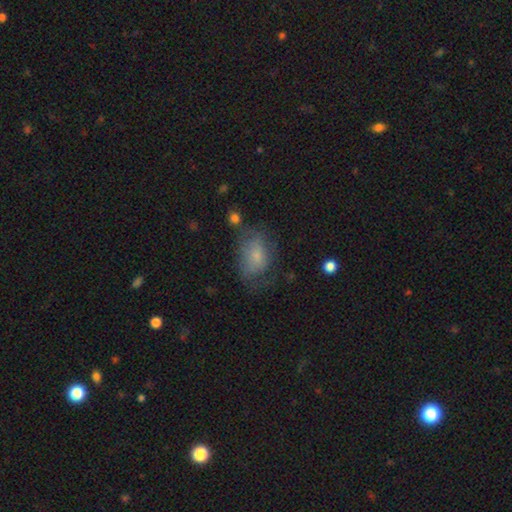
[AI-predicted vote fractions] Morphology: type=smooth (66%); roundness=in between (79%); merging=none (42%).